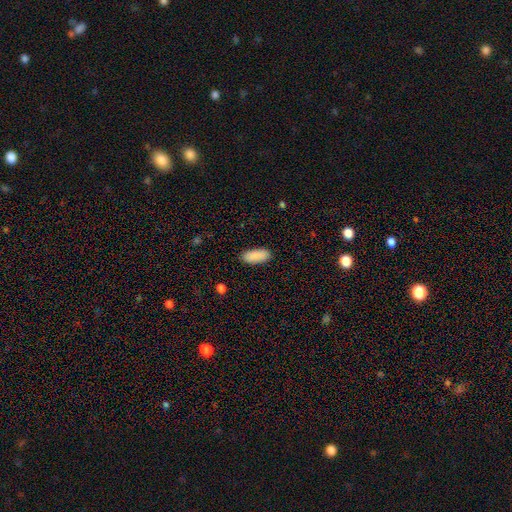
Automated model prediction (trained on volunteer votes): A smooth galaxy with no disk features (90%) that is in between round and cigar-shaped (86%).

Vote fractions:
- Smooth or featured? smooth: 90% / star or artifact: 6% / featured or disk: 4%
- How rounded? in between: 86% / cigar-shaped: 12% / round: 2%
- Merging? none: 88% / minor disturbance: 9% / major disturbance: 2% / merger: 1%